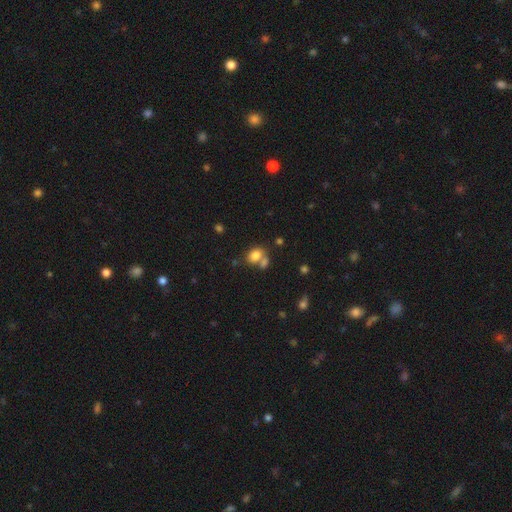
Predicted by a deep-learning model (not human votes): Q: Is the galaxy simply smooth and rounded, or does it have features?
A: smooth — 80%.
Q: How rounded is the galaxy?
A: in between — 68%.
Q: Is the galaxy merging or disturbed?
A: none — 47%.